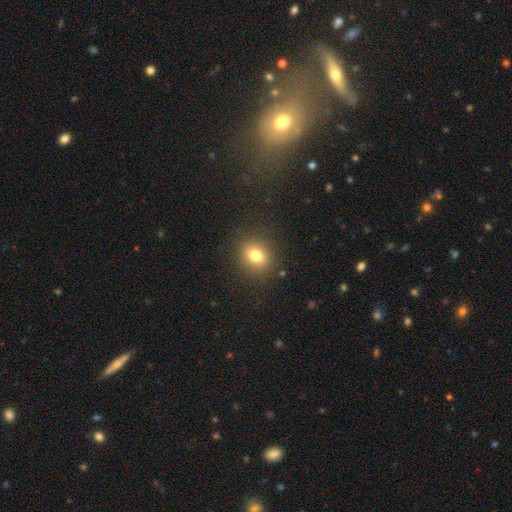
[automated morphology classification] This appears to be a smooth galaxy with no disk features (78%) that is round (67%). Merging: none (87%).